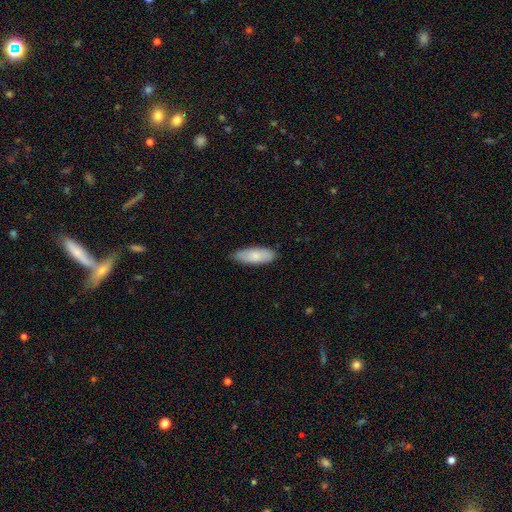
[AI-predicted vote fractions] Smooth or featured? smooth (83%)
How rounded? in between (66%)
Merging? none (85%)